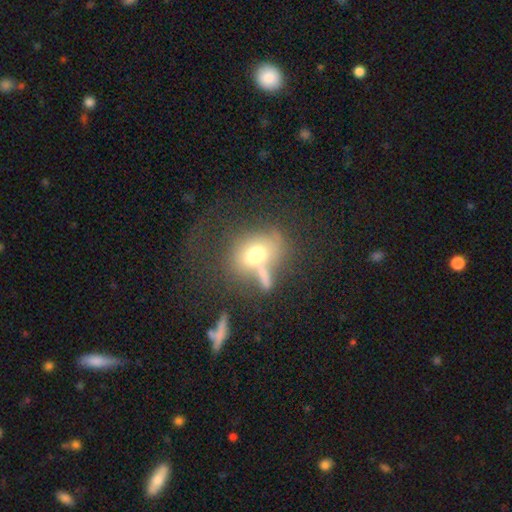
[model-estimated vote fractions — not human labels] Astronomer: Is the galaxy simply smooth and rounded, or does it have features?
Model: smooth — 66%.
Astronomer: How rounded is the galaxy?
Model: in between — 56% (runner-up: round, 41%).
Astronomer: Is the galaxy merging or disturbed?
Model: none — 36% (runner-up: merger, 30%).